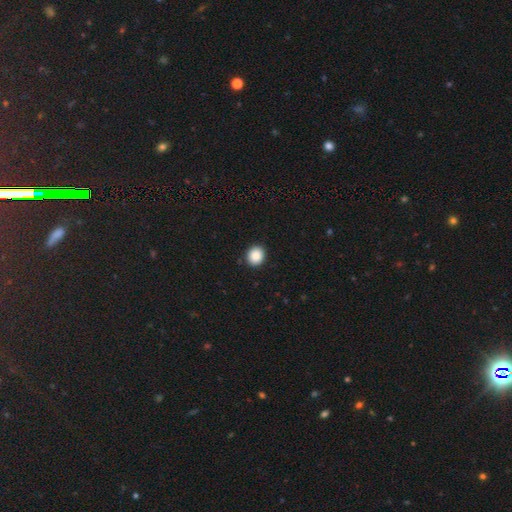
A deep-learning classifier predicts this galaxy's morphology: This is clearly a smooth galaxy (89%). How rounded: likely round (74%). Merging: clearly none (91%).